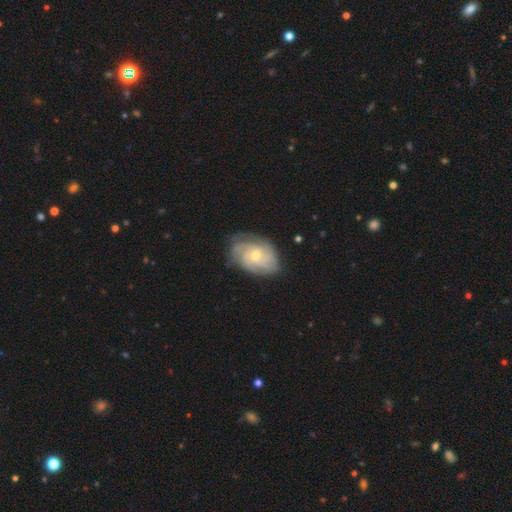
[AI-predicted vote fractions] Morphology: type=featured or disk (78%); edge-on=no (96%); bar=no (68%); spiral arms=yes (94%); winding=tight (65%); arm count=can't tell (38%); bulge=small (49%); merging=none (73%).